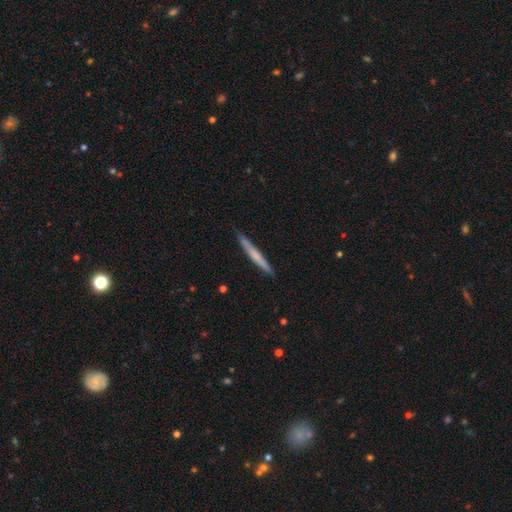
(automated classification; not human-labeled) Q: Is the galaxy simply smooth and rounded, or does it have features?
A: smooth — 55%.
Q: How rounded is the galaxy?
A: cigar-shaped — 97%.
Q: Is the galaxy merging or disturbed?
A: none — 88%.